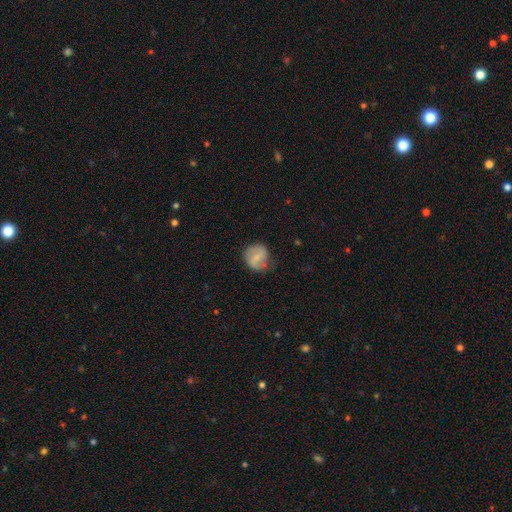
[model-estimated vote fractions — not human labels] Smooth or featured? Predicted: featured or disk (p=0.47). Merging? Predicted: none (p=0.67).